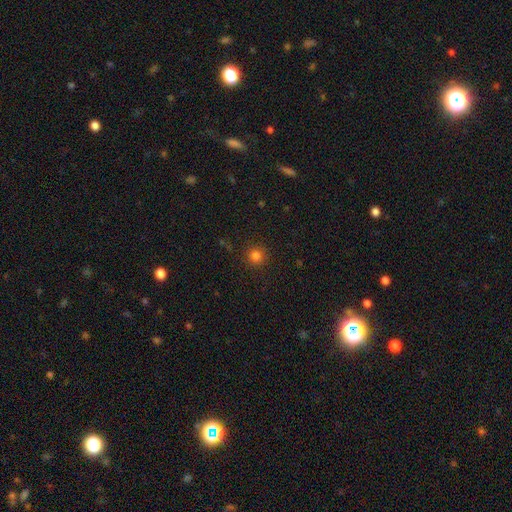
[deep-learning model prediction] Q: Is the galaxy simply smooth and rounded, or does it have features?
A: smooth — 81%.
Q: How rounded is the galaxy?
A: round — 94%.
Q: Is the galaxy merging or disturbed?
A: none — 90%.